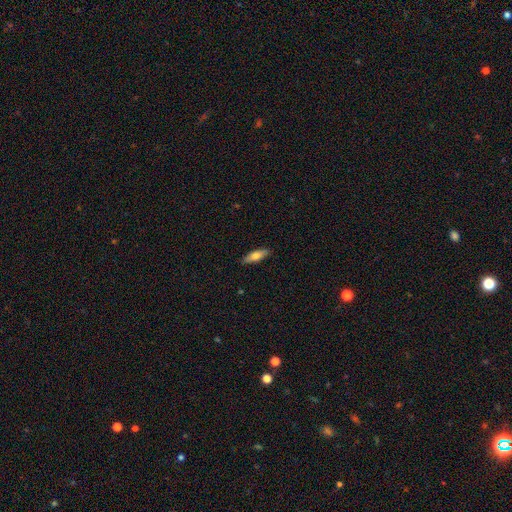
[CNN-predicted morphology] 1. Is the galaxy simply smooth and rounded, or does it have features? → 67% smooth, 27% featured or disk, 6% star or artifact.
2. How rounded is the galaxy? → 51% cigar-shaped, 47% in between, 2% round.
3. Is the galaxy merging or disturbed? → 88% none, 9% minor disturbance, 2% major disturbance, 1% merger.